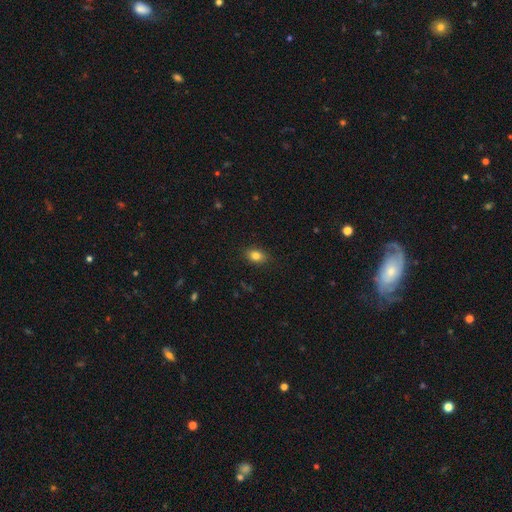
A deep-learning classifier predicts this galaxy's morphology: smooth 83%, star or artifact 10%, featured or disk 7%. Down the decision tree: how rounded — in between (75%); merging — none (87%).